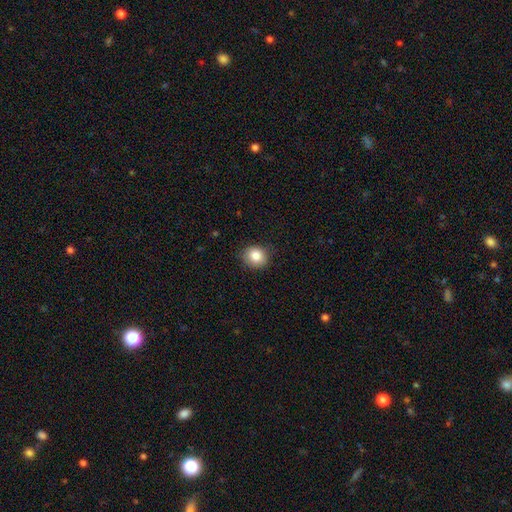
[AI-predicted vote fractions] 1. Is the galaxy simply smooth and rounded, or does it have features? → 84% smooth, 9% star or artifact, 6% featured or disk.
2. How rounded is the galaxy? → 70% round, 29% in between, 1% cigar-shaped.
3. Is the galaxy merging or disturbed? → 85% none, 12% minor disturbance, 3% major disturbance, 1% merger.